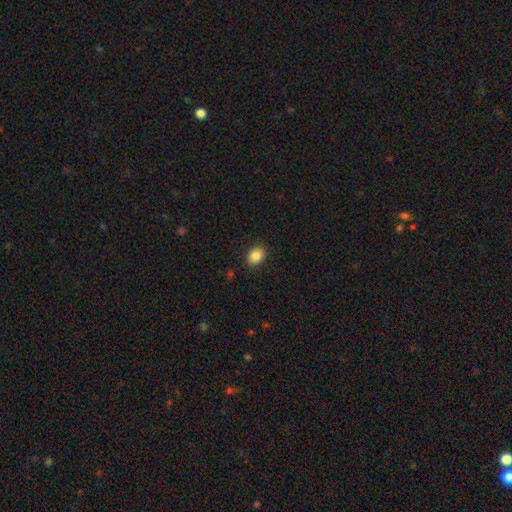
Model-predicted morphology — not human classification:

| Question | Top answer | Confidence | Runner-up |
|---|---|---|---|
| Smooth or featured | smooth | 85% | star or artifact (9%) |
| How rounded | in between | 58% | round (41%) |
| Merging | none | 88% | minor disturbance (8%) |